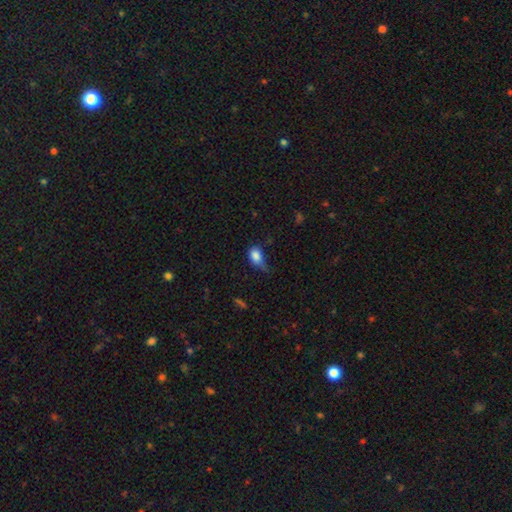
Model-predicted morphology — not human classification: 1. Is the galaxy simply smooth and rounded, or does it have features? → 82% smooth, 9% star or artifact, 9% featured or disk.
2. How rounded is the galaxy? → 71% in between, 27% round, 3% cigar-shaped.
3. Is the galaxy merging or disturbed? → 43% minor disturbance, 28% none, 25% major disturbance, 4% merger.